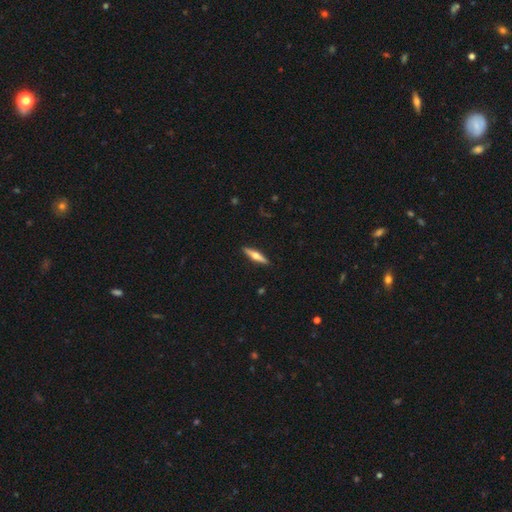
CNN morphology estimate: smooth-or-featured: featured or disk: 59% | smooth: 36% | star or artifact: 5%
  disk-edge-on: yes: 96% | no: 4%
    edge-on-bulge: rounded: 94% | none: 3% | boxy: 3%
  merging: none: 91% | minor disturbance: 6% | major disturbance: 1% | merger: 1%